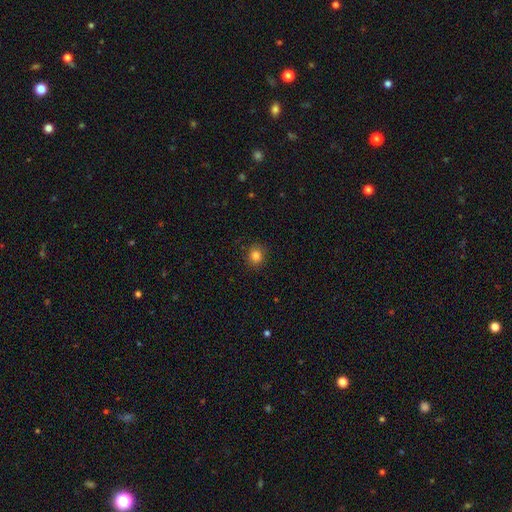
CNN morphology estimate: A smooth galaxy with no disk features (83%) that is round (82%). Merging: none (89%).